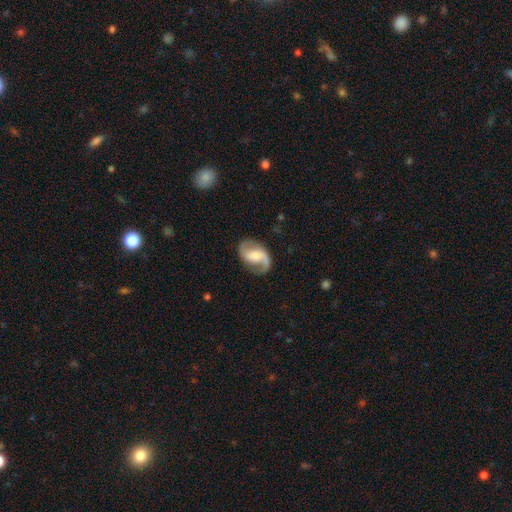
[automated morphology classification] A featured or disk galaxy (83%) with a weak bar (47%), 2 (84%) medium (47%) spiral arms (95%) and a moderate central bulge (41%). Merging: none (75%).